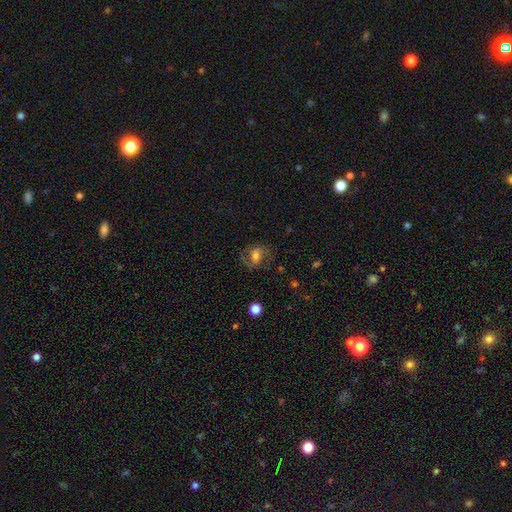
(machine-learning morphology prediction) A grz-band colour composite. It shows a smooth galaxy with no disk features (46%). Merging: none (65%).